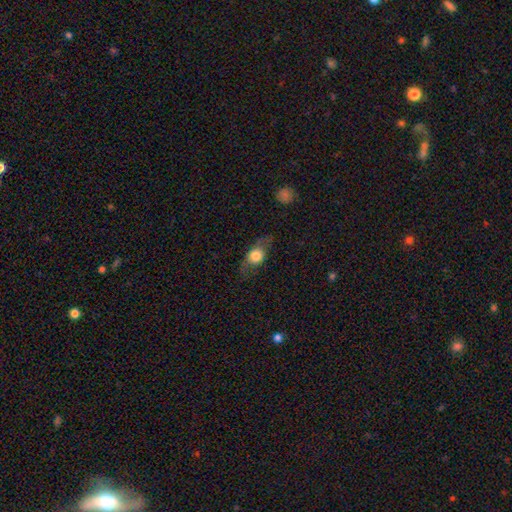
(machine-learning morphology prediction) Smooth or featured? Predicted: smooth (p=0.56). How rounded? Predicted: in between (p=0.49). Merging? Predicted: none (p=0.70).